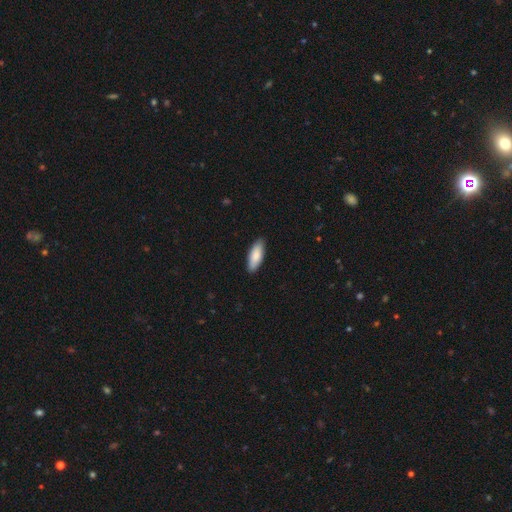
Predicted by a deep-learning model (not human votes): This is clearly a smooth galaxy (85%). How rounded: likely in between (68%). Merging: clearly none (88%).